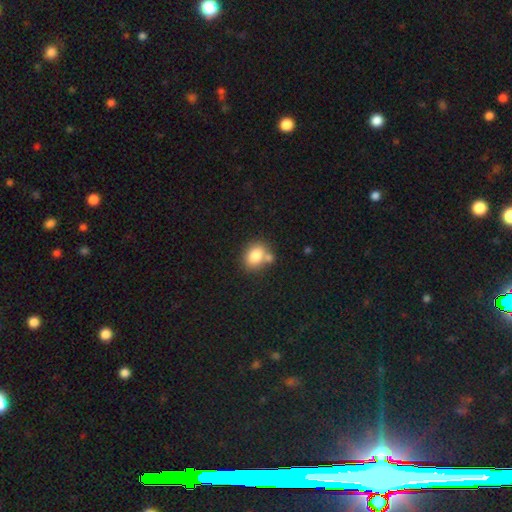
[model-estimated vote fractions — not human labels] Smooth or featured?
  - smooth: 80% *
  - featured or disk: 10%
  - star or artifact: 9%
How rounded?
  - in between: 55% *
  - round: 44%
  - cigar-shaped: 1%
Merging?
  - none: 55% *
  - merger: 27%
  - minor disturbance: 14%
  - major disturbance: 4%